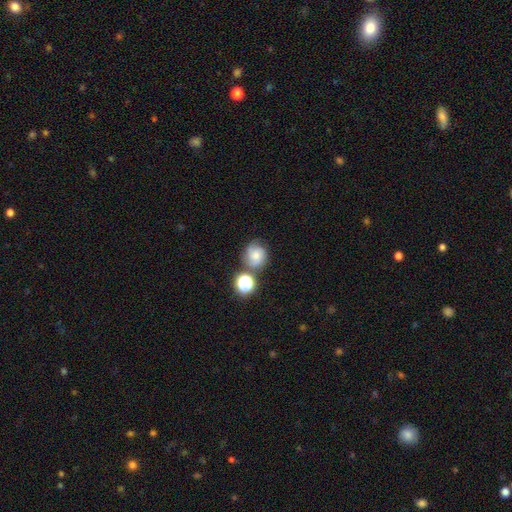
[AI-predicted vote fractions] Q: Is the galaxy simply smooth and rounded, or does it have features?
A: featured or disk — 45%.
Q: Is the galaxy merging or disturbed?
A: none — 61%.